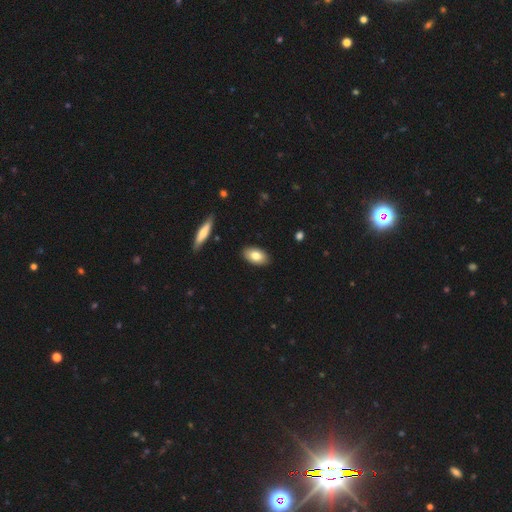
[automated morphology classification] A smooth galaxy with no disk features (80%) that is in between round and cigar-shaped (93%).

Vote fractions:
- Smooth or featured? smooth: 80% / featured or disk: 13% / star or artifact: 7%
- How rounded? in between: 93% / round: 5% / cigar-shaped: 2%
- Merging? none: 88% / minor disturbance: 9% / major disturbance: 2% / merger: 1%